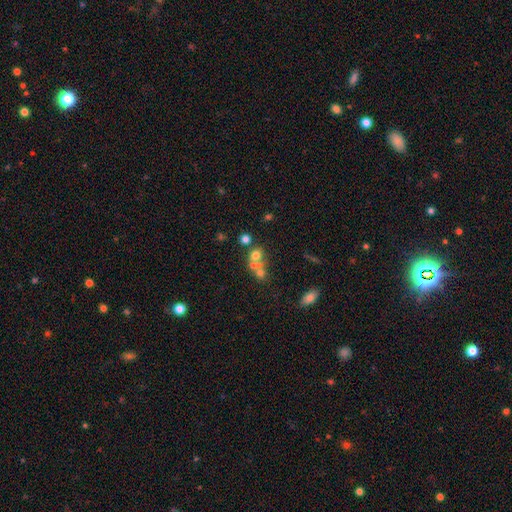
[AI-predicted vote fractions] smooth-or-featured: smooth: 60% | featured or disk: 21% | star or artifact: 19%
  how-rounded: round: 71% | in between: 28% | cigar-shaped: 1%
  merging: merger: 48% | none: 38% | minor disturbance: 8% | major disturbance: 6%